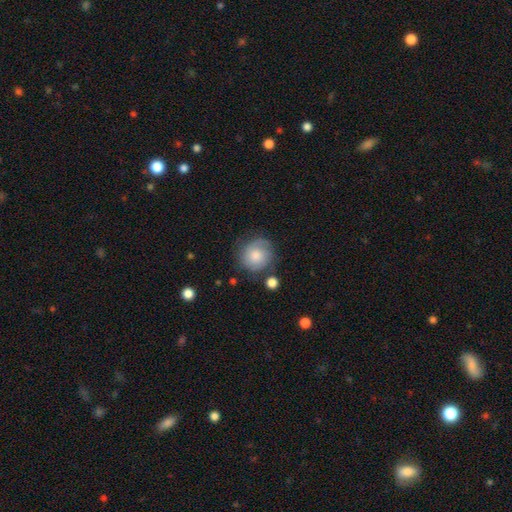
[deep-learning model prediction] smooth_or_featured: smooth (p=0.63) [alt: featured or disk p=0.29]
how_rounded: round (p=0.87) [alt: in between p=0.12]
merging: none (p=0.70) [alt: minor disturbance p=0.19]